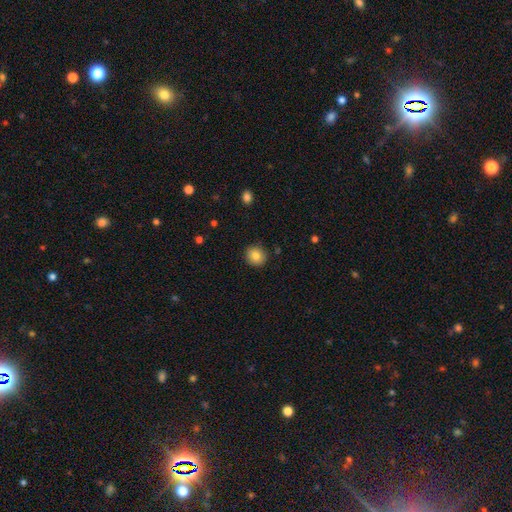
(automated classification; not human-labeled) Q: Smooth or featured?
A: smooth (83%); runner-up: star or artifact (9%)
Q: How rounded?
A: round (89%); runner-up: in between (10%)
Q: Merging?
A: none (90%); runner-up: minor disturbance (7%)